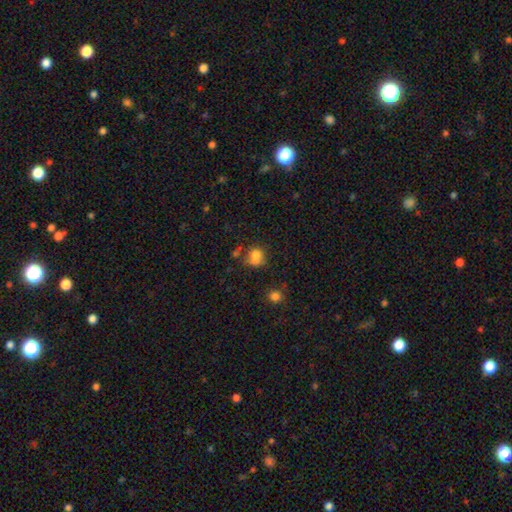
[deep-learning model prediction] A smooth galaxy with no disk features (75%) that is round (76%). Merging: none (48%).